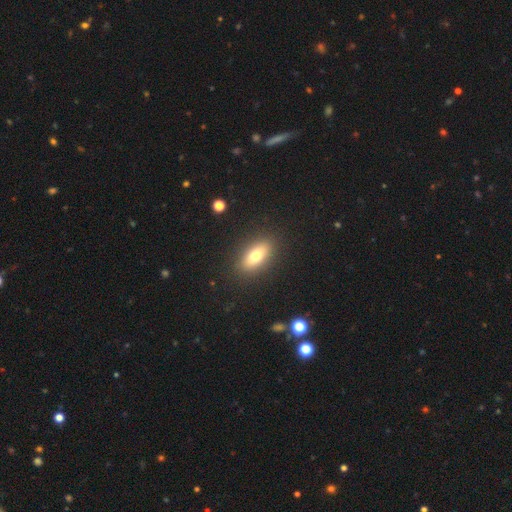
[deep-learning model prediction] The model was most divided on "smooth or featured": smooth: 71%, featured or disk: 20%, star or artifact: 9%. More confident: merging — none (88%); how rounded — in between (79%).